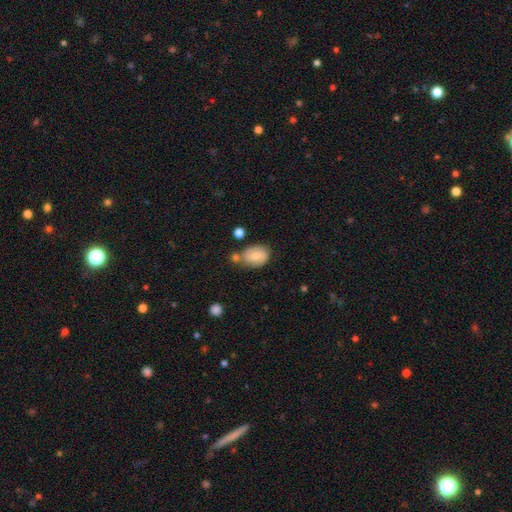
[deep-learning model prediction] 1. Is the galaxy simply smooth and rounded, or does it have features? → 62% smooth, 31% featured or disk, 8% star or artifact.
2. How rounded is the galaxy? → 70% in between, 29% round, 1% cigar-shaped.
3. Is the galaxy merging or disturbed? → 58% none, 20% minor disturbance, 17% merger, 5% major disturbance.